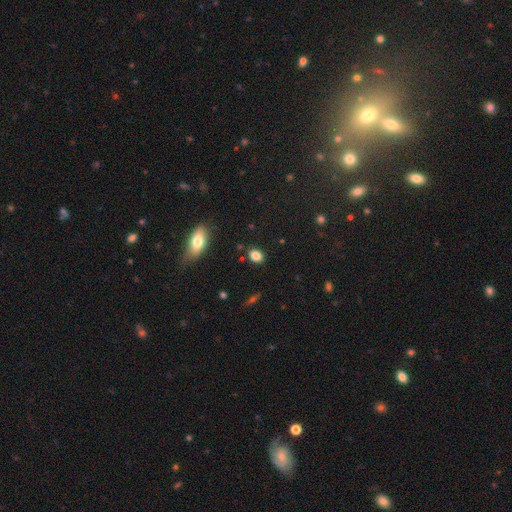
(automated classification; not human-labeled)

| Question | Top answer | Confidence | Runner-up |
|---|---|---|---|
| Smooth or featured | smooth | 84% | star or artifact (10%) |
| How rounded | in between | 68% | round (30%) |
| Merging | none | 85% | minor disturbance (10%) |